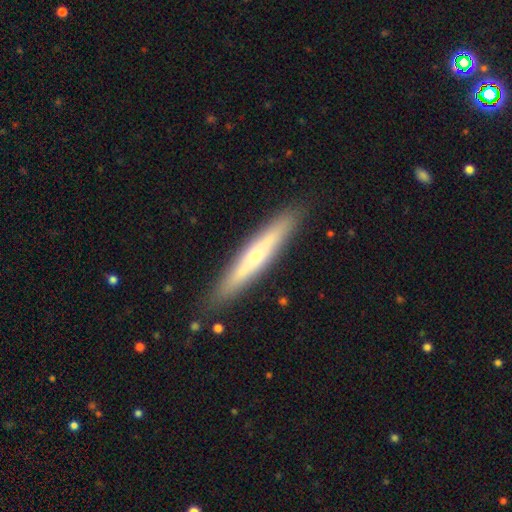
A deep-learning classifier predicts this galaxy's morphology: smooth_or_featured: featured or disk (p=0.53) [alt: smooth p=0.41]
disk_edge_on: yes (p=0.87) [alt: no p=0.13]
merging: none (p=0.88) [alt: minor disturbance p=0.08]